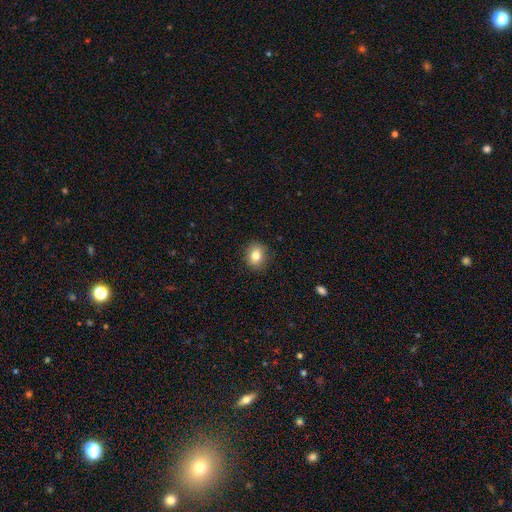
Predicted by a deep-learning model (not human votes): smooth 81%, star or artifact 10%, featured or disk 8%. Down the decision tree: how rounded — round (68%); merging — none (89%).